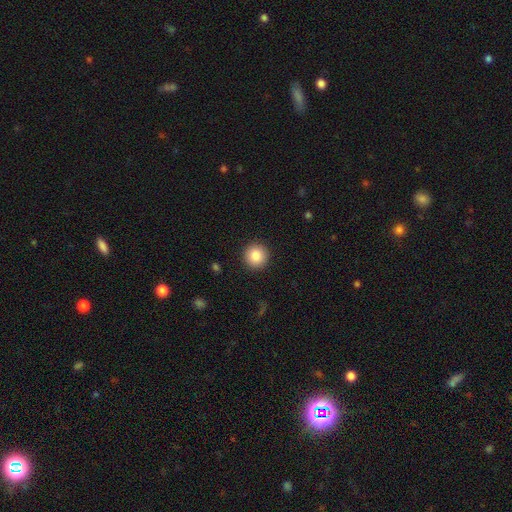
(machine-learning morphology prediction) A smooth galaxy with no disk features (85%) that is round (95%).

Vote fractions:
- Smooth or featured? smooth: 85% / star or artifact: 9% / featured or disk: 6%
- How rounded? round: 95% / in between: 4% / cigar-shaped: 1%
- Merging? none: 92% / minor disturbance: 5% / major disturbance: 2% / merger: 1%